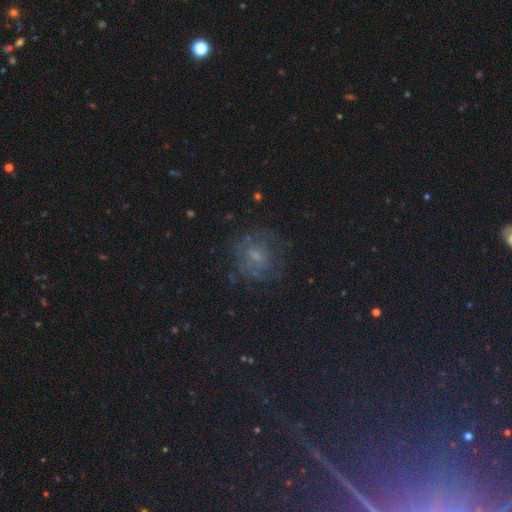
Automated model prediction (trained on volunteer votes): smooth_or_featured: featured or disk (p=0.38) [alt: smooth p=0.31]
merging: none (p=0.67) [alt: minor disturbance p=0.17]